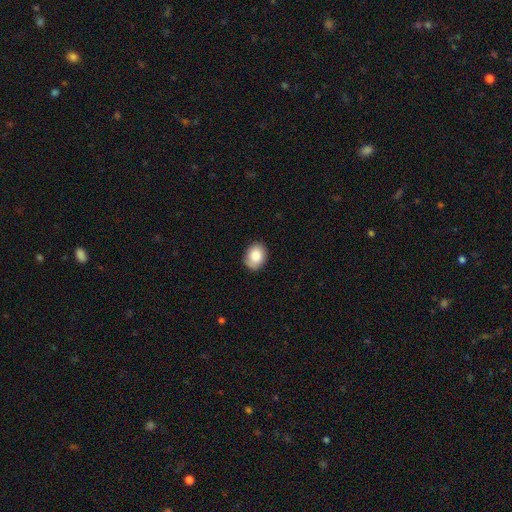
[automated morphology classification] smooth_or_featured: smooth (p=0.84) [alt: featured or disk p=0.09]
how_rounded: in between (p=0.62) [alt: round p=0.37]
merging: none (p=0.85) [alt: minor disturbance p=0.12]